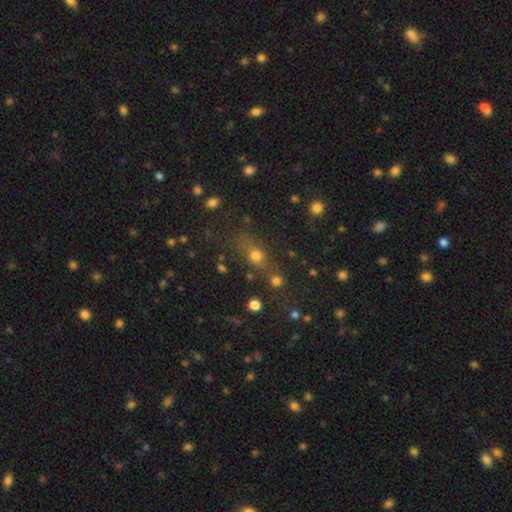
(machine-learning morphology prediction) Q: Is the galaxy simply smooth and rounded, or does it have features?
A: smooth — 62%.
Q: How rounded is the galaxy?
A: round — 46%.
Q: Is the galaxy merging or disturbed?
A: none — 62%.